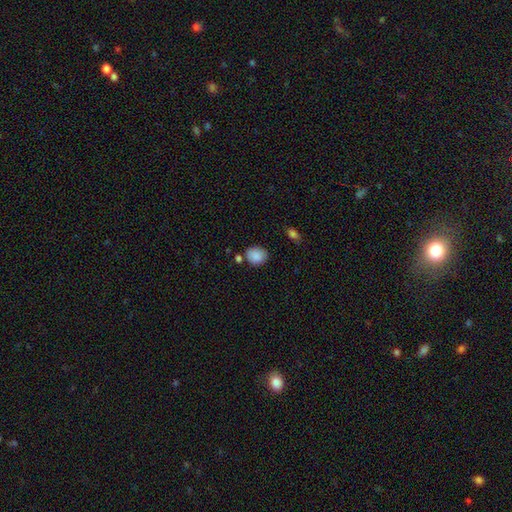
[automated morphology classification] Q: Smooth or featured?
A: smooth (88%); runner-up: star or artifact (8%)
Q: How rounded?
A: round (62%); runner-up: in between (37%)
Q: Merging?
A: none (76%); runner-up: minor disturbance (14%)